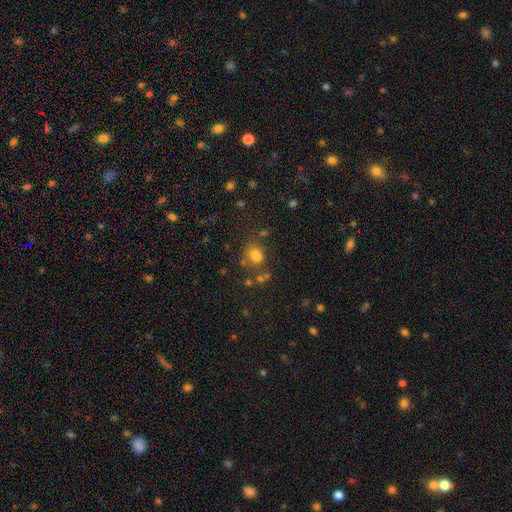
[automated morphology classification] type=smooth (69%); roundness=in between (53%); merging=none (53%).